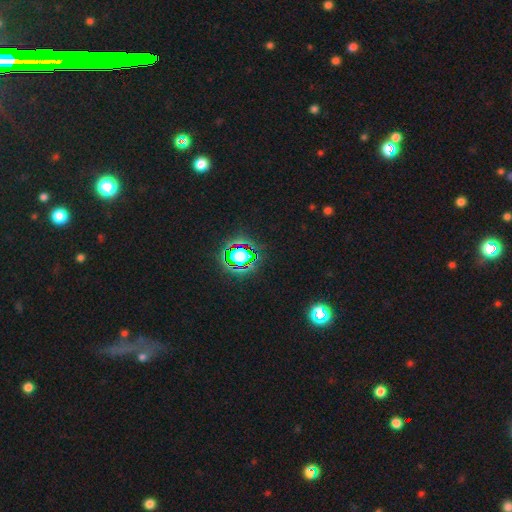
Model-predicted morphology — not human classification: Smooth or featured? star or artifact (80%)